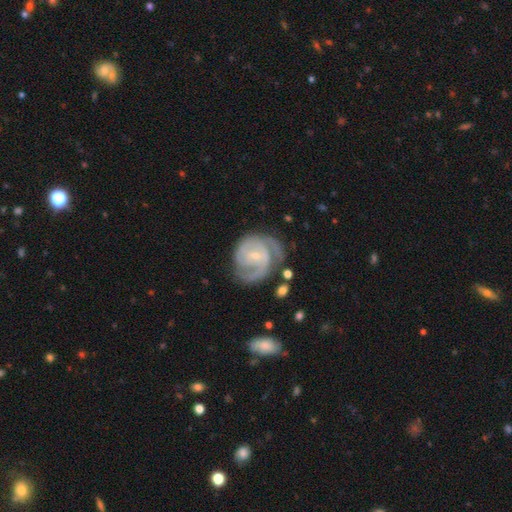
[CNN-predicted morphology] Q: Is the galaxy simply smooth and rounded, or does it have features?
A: featured or disk — 86%.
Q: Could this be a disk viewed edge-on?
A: no — 98%.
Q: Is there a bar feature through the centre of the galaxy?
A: no — 48%.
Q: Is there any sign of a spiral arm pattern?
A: yes — 95%.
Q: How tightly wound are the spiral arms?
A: tight — 58%.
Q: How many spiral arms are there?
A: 2 — 46%.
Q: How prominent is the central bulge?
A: small — 77%.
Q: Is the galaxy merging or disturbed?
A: none — 58%.